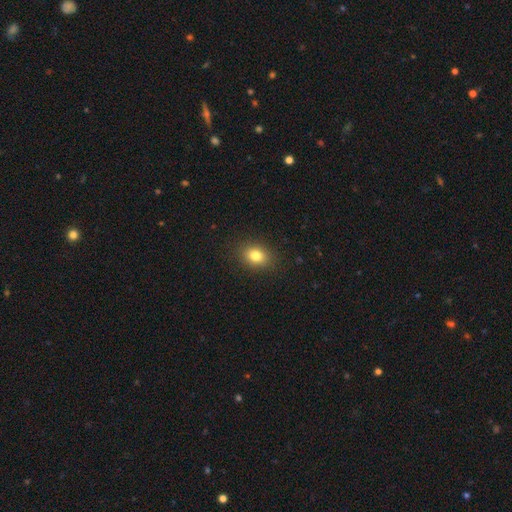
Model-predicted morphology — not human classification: type=smooth (80%); roundness=in between (58%); merging=none (89%).